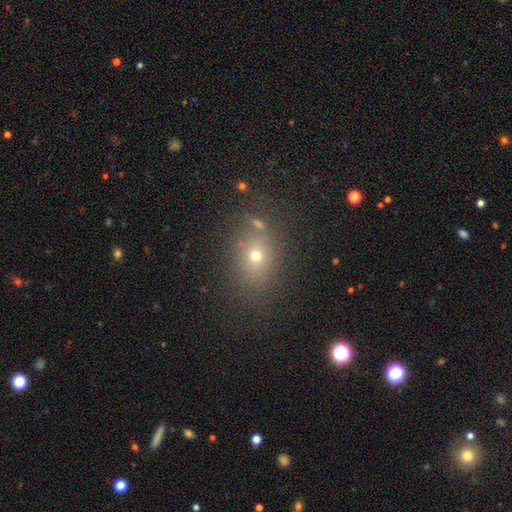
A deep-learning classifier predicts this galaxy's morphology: A smooth galaxy with no disk features (65%) that is in between round and cigar-shaped (53%).

Vote fractions:
- Smooth or featured? smooth: 65% / star or artifact: 21% / featured or disk: 14%
- How rounded? in between: 53% / round: 46% / cigar-shaped: 2%
- Merging? none: 75% / minor disturbance: 12% / merger: 7% / major disturbance: 5%